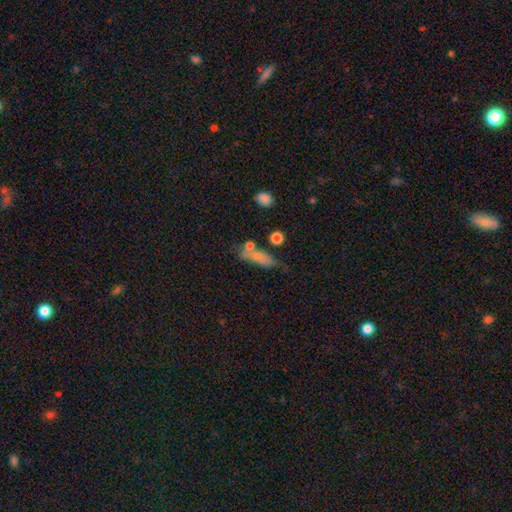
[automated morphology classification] Smooth or featured? Predicted: smooth (p=0.67). How rounded? Predicted: in between (p=0.57). Merging? Predicted: none (p=0.46).